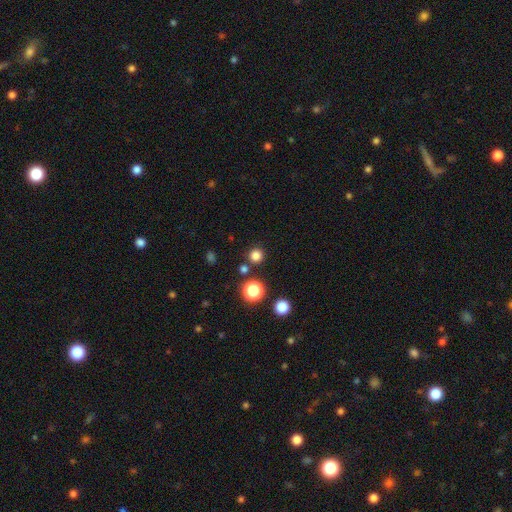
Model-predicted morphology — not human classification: smooth 80%, star or artifact 16%, featured or disk 4%. Down the decision tree: how rounded — round (94%); merging — none (87%).